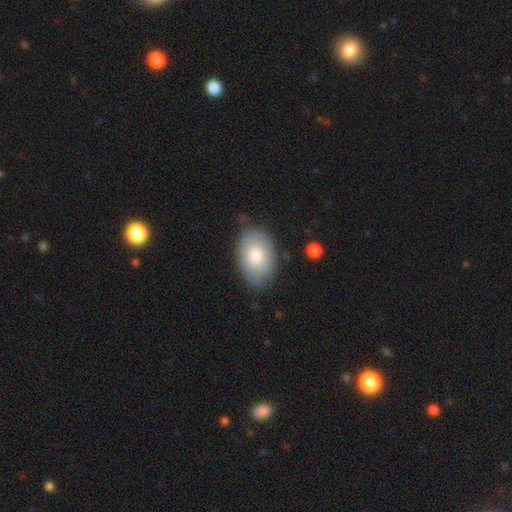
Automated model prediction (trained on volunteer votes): smooth_or_featured: smooth (p=0.76) [alt: featured or disk p=0.18]
how_rounded: in between (p=0.90) [alt: round p=0.09]
merging: none (p=0.75) [alt: minor disturbance p=0.19]